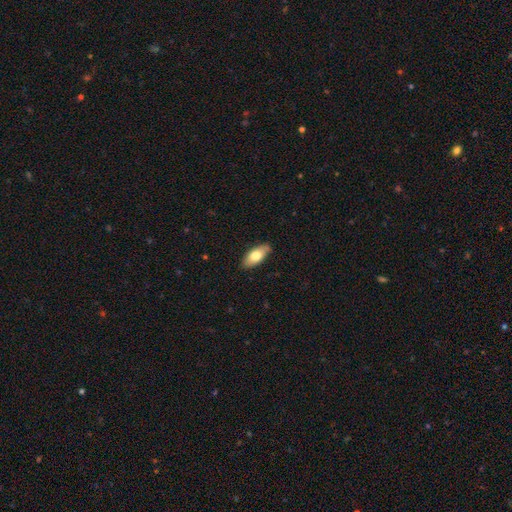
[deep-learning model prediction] The model was most divided on "smooth or featured": smooth: 74%, featured or disk: 20%, star or artifact: 6%. More confident: how rounded — in between (87%); merging — none (84%).